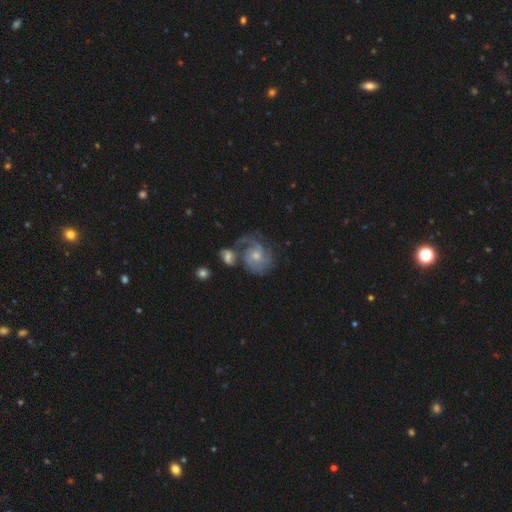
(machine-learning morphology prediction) Smooth or featured? featured or disk (78%)
Edge-on disk? no (98%)
Bar? no (70%)
Spiral arms? yes (92%)
Spiral winding? tight (47%)
Spiral arm count? 2 (43%)
Bulge size? moderate (49%)
Merging? none (49%)